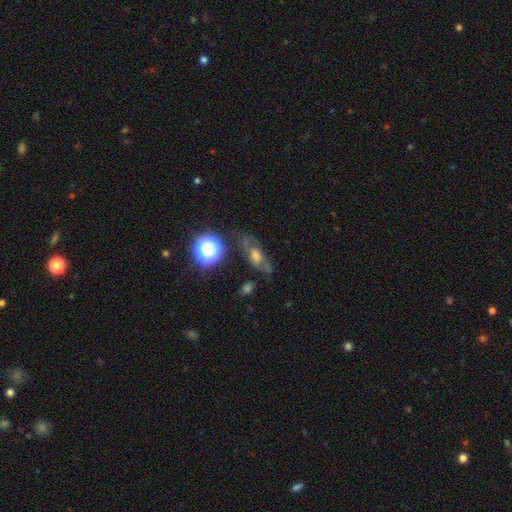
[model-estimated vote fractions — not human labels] featured or disk 49%, smooth 31%, star or artifact 20%. Down the decision tree: merging — none (64%).